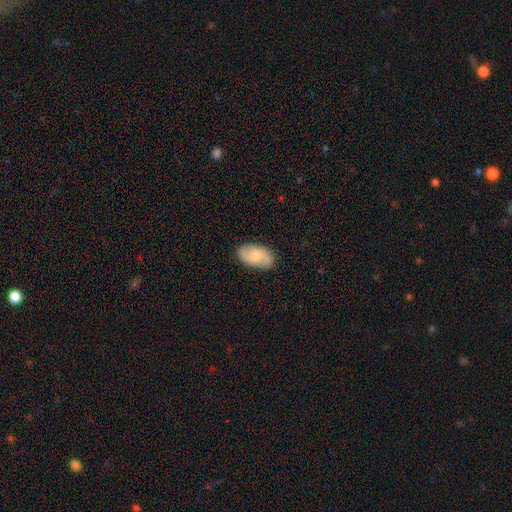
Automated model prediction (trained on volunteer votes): Q: Smooth or featured?
A: smooth (52%); runner-up: featured or disk (41%)
Q: How rounded?
A: in between (93%); runner-up: round (5%)
Q: Merging?
A: none (83%); runner-up: minor disturbance (13%)